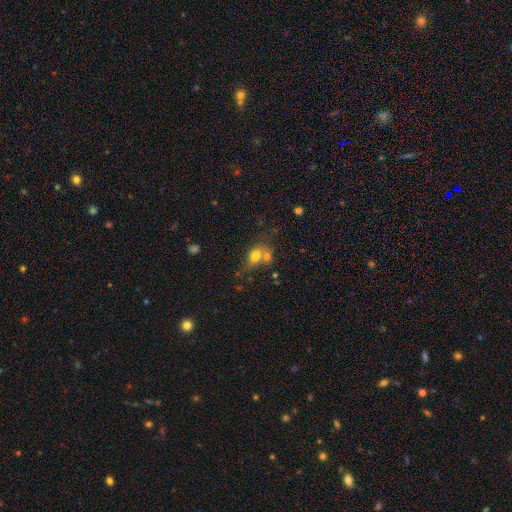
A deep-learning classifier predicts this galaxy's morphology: smooth 74%, featured or disk 15%, star or artifact 12%. Down the decision tree: how rounded — in between (53%); merging — merger (42%).